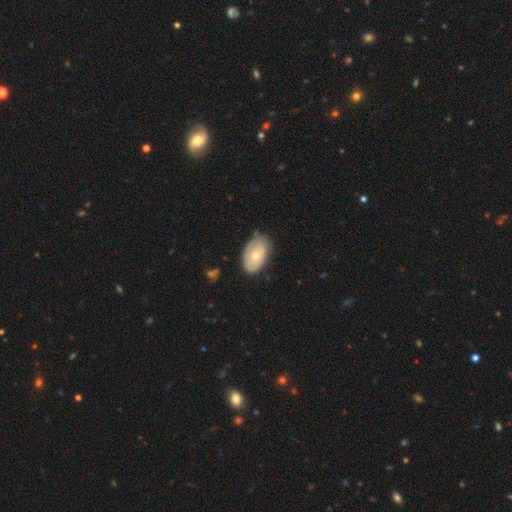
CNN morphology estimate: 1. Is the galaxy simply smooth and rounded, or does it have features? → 62% smooth, 32% featured or disk, 6% star or artifact.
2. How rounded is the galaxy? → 92% in between, 7% round, 1% cigar-shaped.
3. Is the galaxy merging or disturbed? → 73% none, 21% minor disturbance, 4% major disturbance, 2% merger.